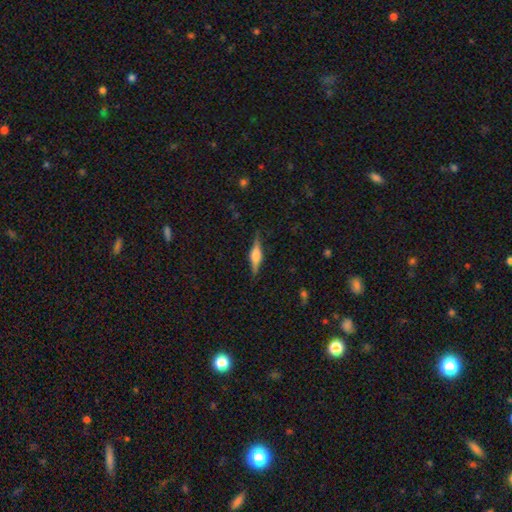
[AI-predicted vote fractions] Q: Smooth or featured?
A: featured or disk (65%); runner-up: smooth (28%)
Q: Edge-on disk?
A: yes (97%); runner-up: no (3%)
Q: Edge-on bulge?
A: rounded (84%); runner-up: boxy (13%)
Q: Merging?
A: none (87%); runner-up: minor disturbance (10%)